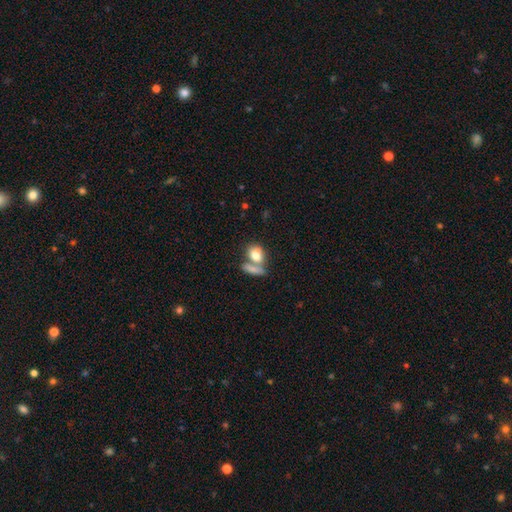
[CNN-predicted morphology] Smooth or featured? smooth (78%)
How rounded? in between (62%)
Merging? merger (48%)